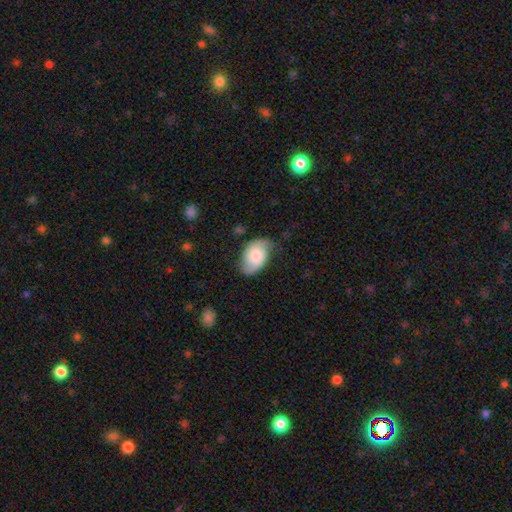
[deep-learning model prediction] The model was most divided on "merging": none: 62%, minor disturbance: 29%, major disturbance: 7%, merger: 2%. More confident: how rounded — in between (90%); smooth or featured — smooth (67%).